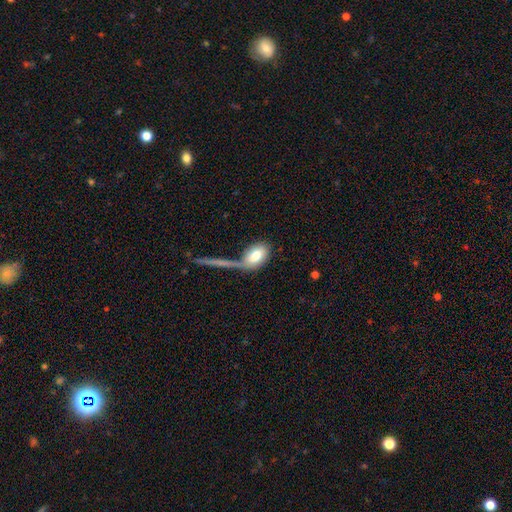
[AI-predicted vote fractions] The model was most divided on "merging": none: 46%, merger: 26%, minor disturbance: 16%, major disturbance: 12%. More confident: how rounded — in between (86%); smooth or featured — smooth (77%).